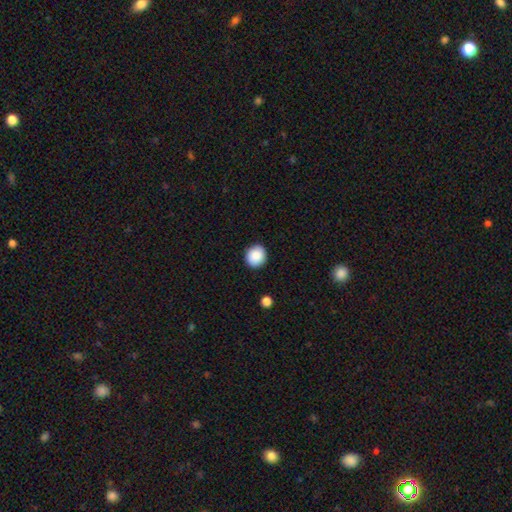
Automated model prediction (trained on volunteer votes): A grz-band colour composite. It shows a smooth galaxy with no disk features (88%) that is round (88%). Merging: none (90%).